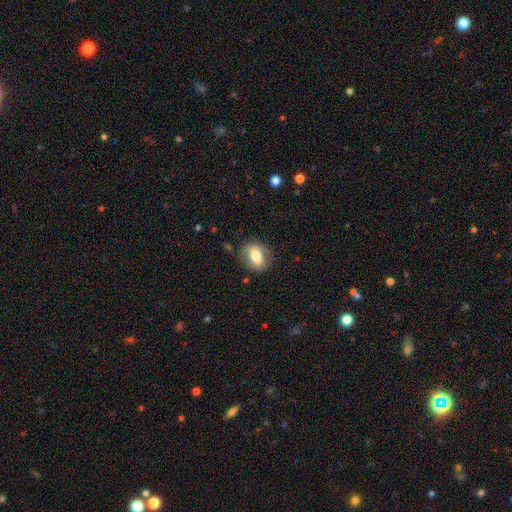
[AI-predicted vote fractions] A smooth galaxy with no disk features (69%) that is in between round and cigar-shaped (67%).

Vote fractions:
- Smooth or featured? smooth: 69% / featured or disk: 23% / star or artifact: 8%
- How rounded? in between: 67% / round: 31% / cigar-shaped: 2%
- Merging? none: 77% / minor disturbance: 15% / major disturbance: 6% / merger: 2%